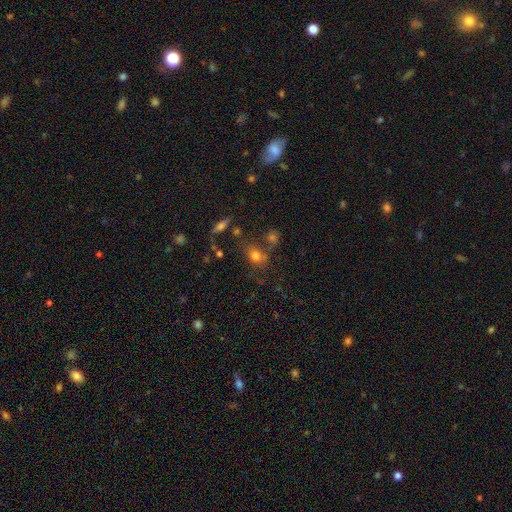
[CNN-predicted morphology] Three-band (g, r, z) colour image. It shows a smooth galaxy with no disk features (75%) that is in between round and cigar-shaped (58%). Merging: none (60%).